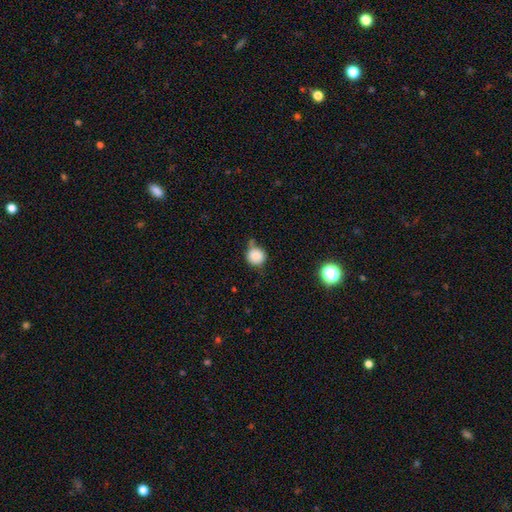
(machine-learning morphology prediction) smooth_or_featured: smooth (p=0.84) [alt: star or artifact p=0.10]
how_rounded: round (p=0.89) [alt: in between p=0.10]
merging: none (p=0.60) [alt: minor disturbance p=0.24]